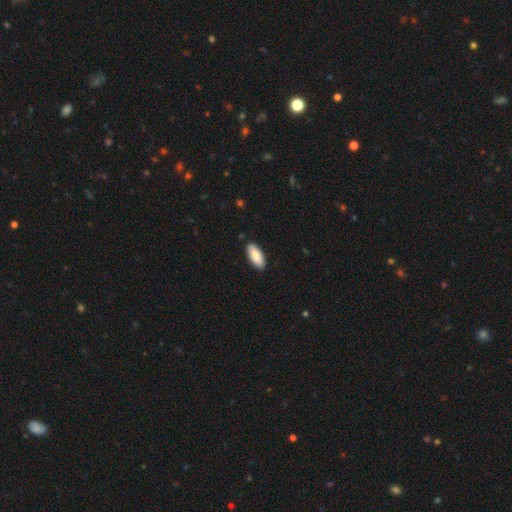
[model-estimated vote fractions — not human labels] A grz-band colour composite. It shows a smooth galaxy with no disk features (84%) that is in between round and cigar-shaped (85%). Merging: none (90%).